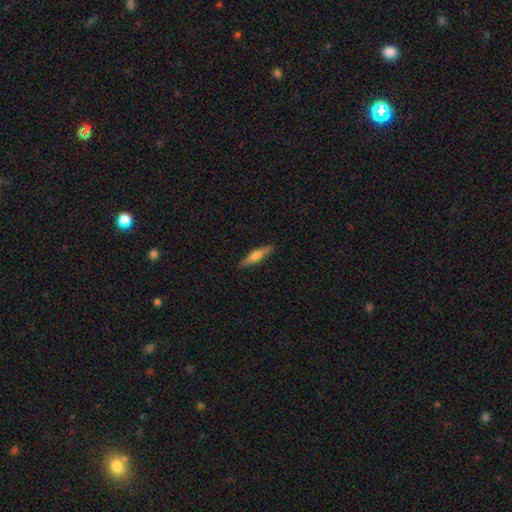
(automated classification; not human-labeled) This is possibly a smooth galaxy (55%). How rounded: likely cigar-shaped (79%). Merging: clearly none (88%).